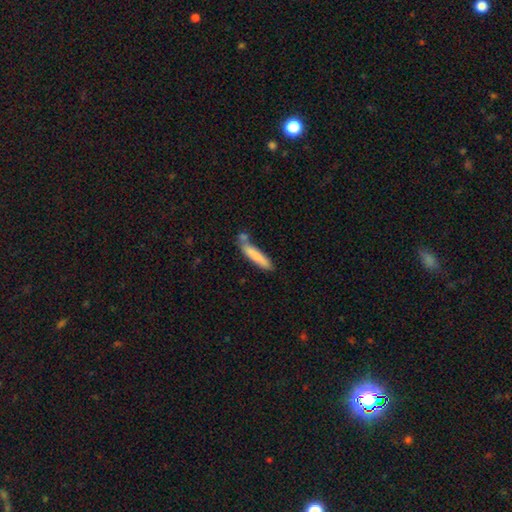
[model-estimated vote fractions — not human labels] Morphology: type=smooth (79%); roundness=cigar-shaped (89%); merging=none (61%).